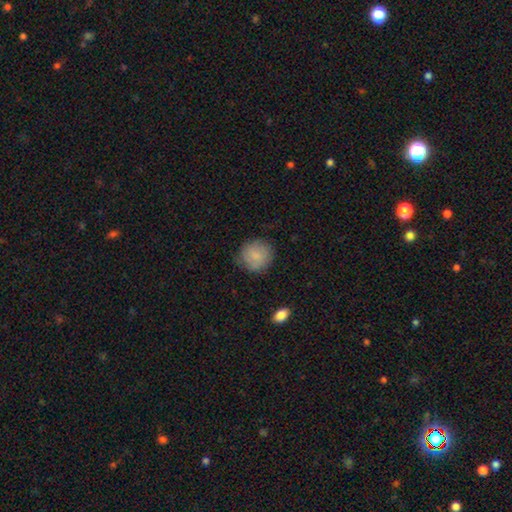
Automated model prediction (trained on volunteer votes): smooth 82%, featured or disk 11%, star or artifact 7%. Down the decision tree: how rounded — round (91%); merging — none (78%).